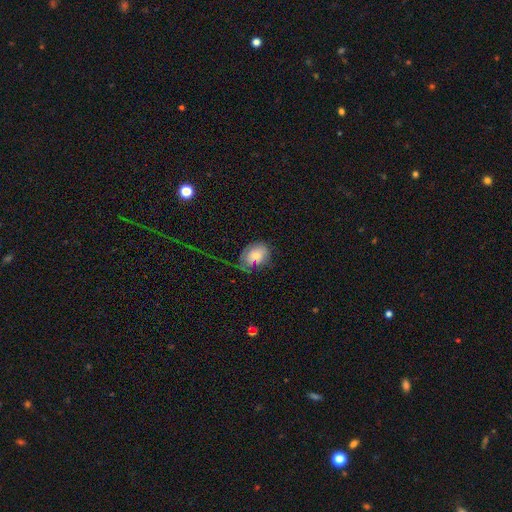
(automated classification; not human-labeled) smooth_or_featured: smooth (p=0.69) [alt: featured or disk p=0.21]
how_rounded: in between (p=0.69) [alt: round p=0.29]
merging: none (p=0.46) [alt: minor disturbance p=0.29]